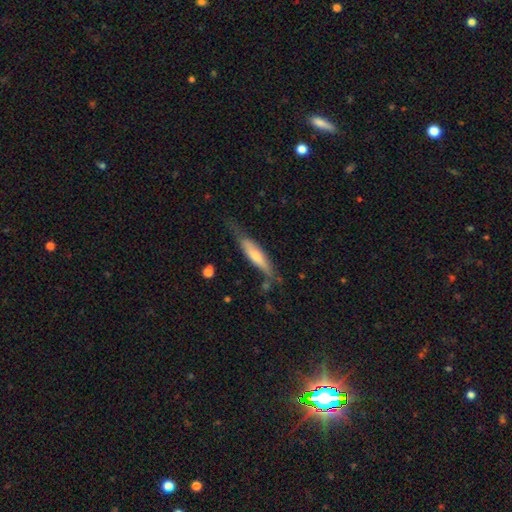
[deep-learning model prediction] Q: Smooth or featured?
A: smooth (53%); runner-up: featured or disk (41%)
Q: How rounded?
A: cigar-shaped (75%); runner-up: in between (23%)
Q: Merging?
A: none (51%); runner-up: minor disturbance (31%)